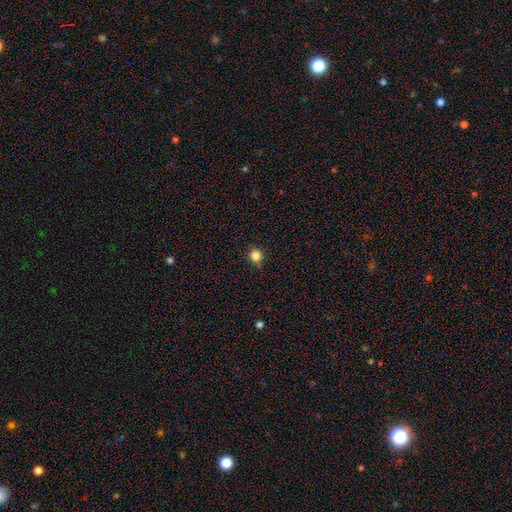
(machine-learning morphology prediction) Overall: smooth (83%). How rounded: round (93%). Merging: none (83%).